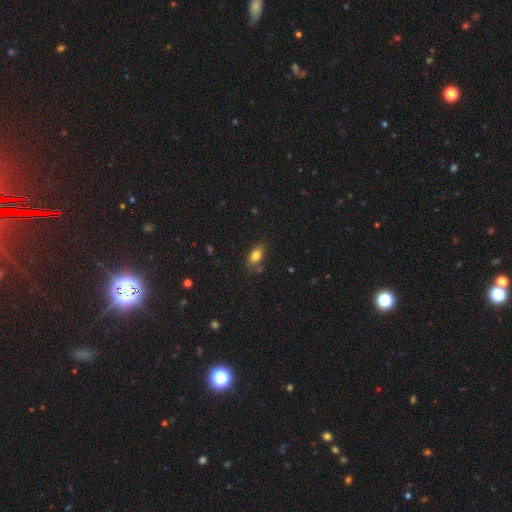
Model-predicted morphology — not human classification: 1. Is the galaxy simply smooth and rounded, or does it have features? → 80% smooth, 10% featured or disk, 9% star or artifact.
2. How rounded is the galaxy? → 86% in between, 9% round, 5% cigar-shaped.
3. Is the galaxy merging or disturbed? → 76% none, 16% minor disturbance, 5% merger, 3% major disturbance.